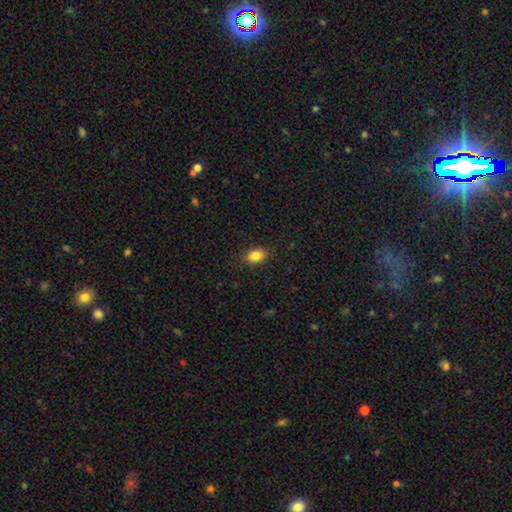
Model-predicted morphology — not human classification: This is clearly a smooth galaxy (85%). How rounded: likely in between (79%). Merging: clearly none (86%).